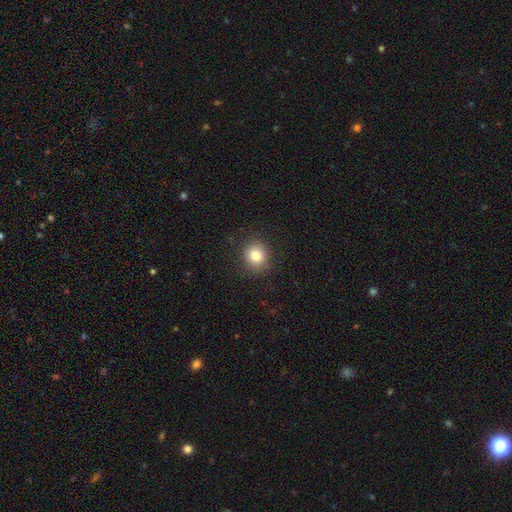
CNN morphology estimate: type=smooth (81%); roundness=round (85%); merging=none (89%).